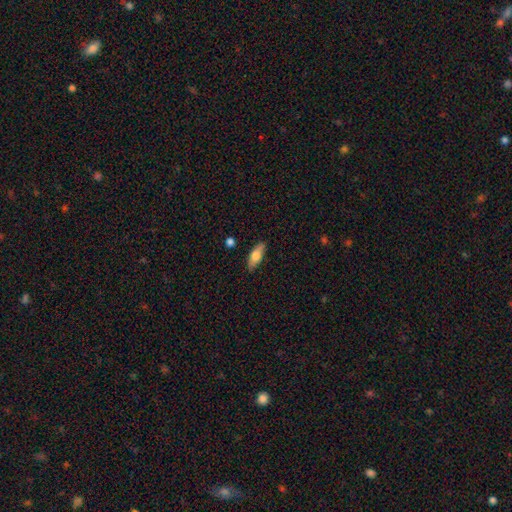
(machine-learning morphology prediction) This appears to be a smooth galaxy with no disk features (65%) that is in between round and cigar-shaped (68%). Merging: none (85%).